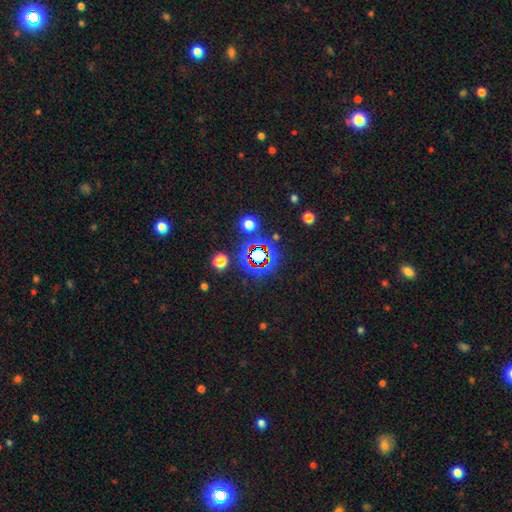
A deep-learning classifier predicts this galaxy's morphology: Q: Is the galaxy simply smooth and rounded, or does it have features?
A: star or artifact — 74%.